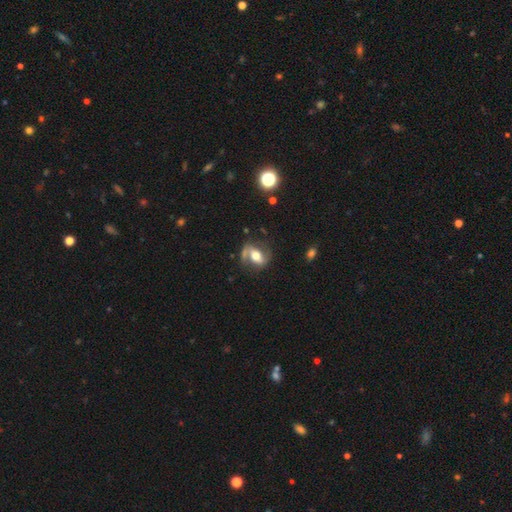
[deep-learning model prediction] Smooth or featured? featured or disk (75%)
Edge-on disk? no (95%)
Bar? weak (35%)
Spiral arms? yes (88%)
Spiral winding? medium (44%)
Spiral arm count? 2 (86%)
Bulge size? moderate (61%)
Merging? none (66%)